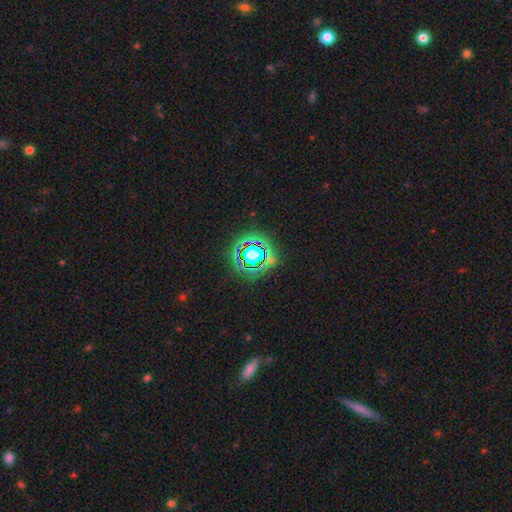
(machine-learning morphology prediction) Overall: star or artifact (73%).